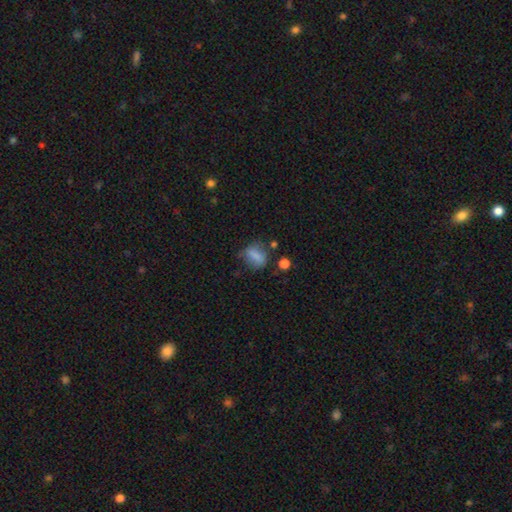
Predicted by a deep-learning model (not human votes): smooth-or-featured: smooth: 72% | featured or disk: 17% | star or artifact: 11%
  how-rounded: in between: 60% | round: 34% | cigar-shaped: 6%
  merging: none: 58% | minor disturbance: 24% | major disturbance: 11% | merger: 6%